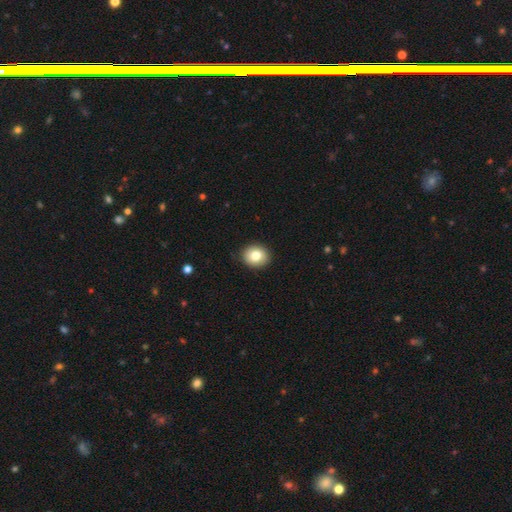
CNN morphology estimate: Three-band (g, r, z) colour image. It shows a smooth galaxy with no disk features (82%) that is round (69%). Merging: none (89%).